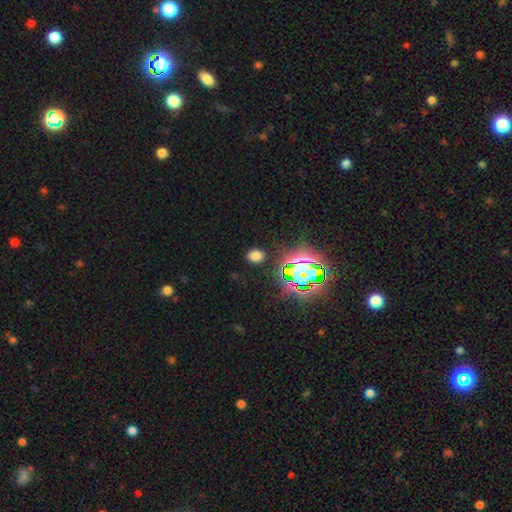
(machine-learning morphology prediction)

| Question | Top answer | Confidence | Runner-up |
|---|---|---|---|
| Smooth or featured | smooth | 65% | star or artifact (29%) |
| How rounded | in between | 50% | round (49%) |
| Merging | none | 87% | minor disturbance (9%) |